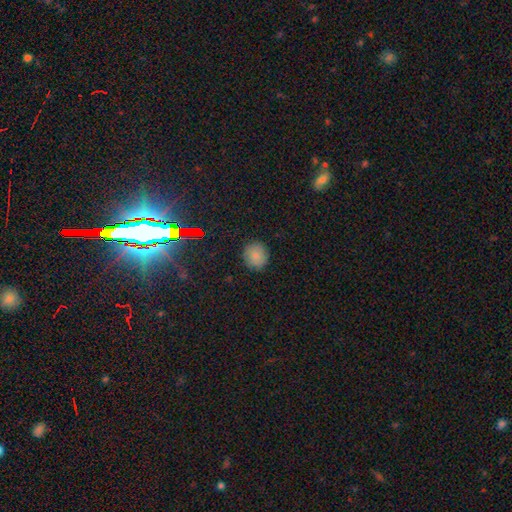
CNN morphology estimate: The model was most divided on "smooth or featured": smooth: 82%, star or artifact: 12%, featured or disk: 6%. More confident: merging — none (88%); how rounded — round (87%).